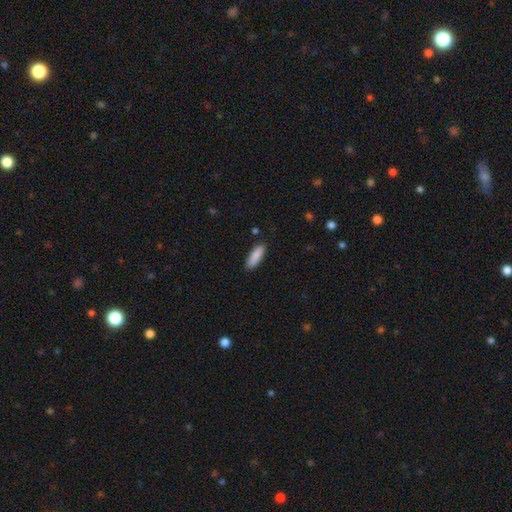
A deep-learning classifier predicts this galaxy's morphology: The model was most divided on "how rounded": in between: 51%, cigar-shaped: 47%, round: 1%. More confident: smooth or featured — smooth (89%); merging — none (87%).